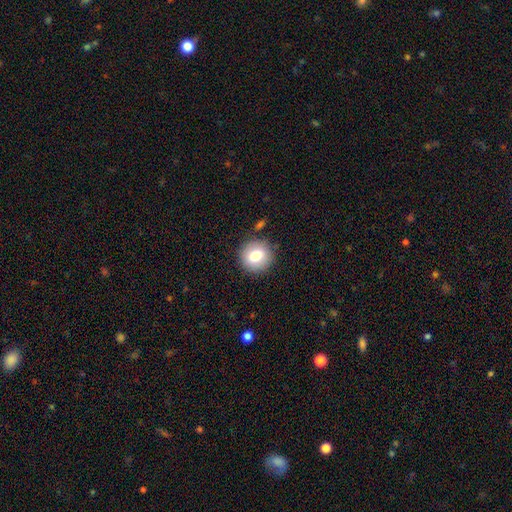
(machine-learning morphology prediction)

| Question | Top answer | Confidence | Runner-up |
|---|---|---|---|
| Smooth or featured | smooth | 79% | featured or disk (12%) |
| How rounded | round | 89% | in between (10%) |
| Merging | none | 87% | minor disturbance (8%) |